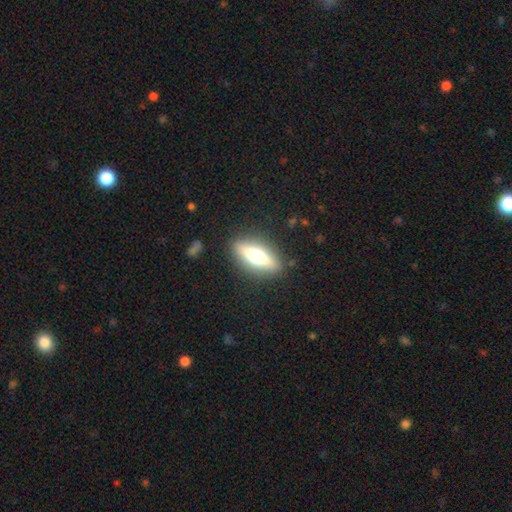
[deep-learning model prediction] A smooth galaxy with no disk features (56%) that is in between round and cigar-shaped (58%).

Vote fractions:
- Smooth or featured? smooth: 56% / featured or disk: 37% / star or artifact: 7%
- How rounded? in between: 58% / cigar-shaped: 39% / round: 3%
- Merging? none: 87% / minor disturbance: 9% / major disturbance: 3% / merger: 1%